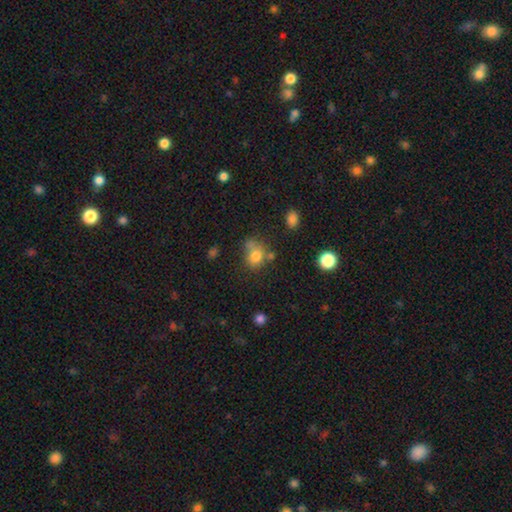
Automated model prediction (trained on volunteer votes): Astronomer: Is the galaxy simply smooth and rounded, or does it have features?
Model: smooth — 77%.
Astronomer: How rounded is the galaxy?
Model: round — 60% (runner-up: in between, 39%).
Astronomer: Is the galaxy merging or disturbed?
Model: none — 46% (runner-up: merger, 22%).